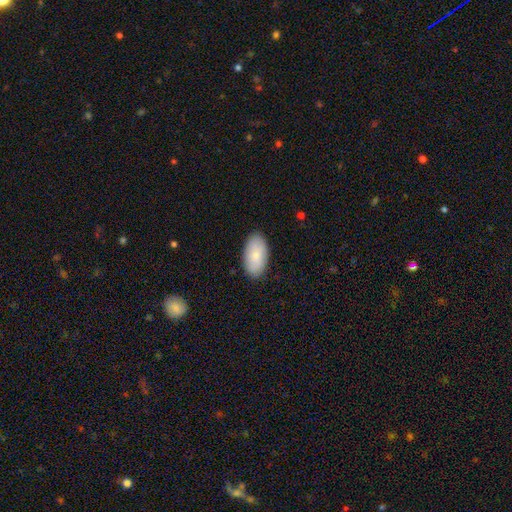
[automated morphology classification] Overall: smooth (82%). How rounded: in between (95%). Merging: none (87%).